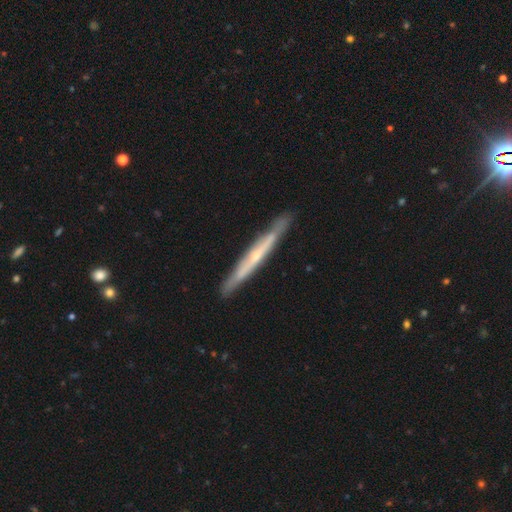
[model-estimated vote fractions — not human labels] smooth-or-featured: featured or disk: 67% | smooth: 27% | star or artifact: 5%
  disk-edge-on: yes: 93% | no: 7%
    edge-on-bulge: none: 51% | rounded: 44% | boxy: 5%
  merging: none: 87% | minor disturbance: 10% | major disturbance: 2% | merger: 1%